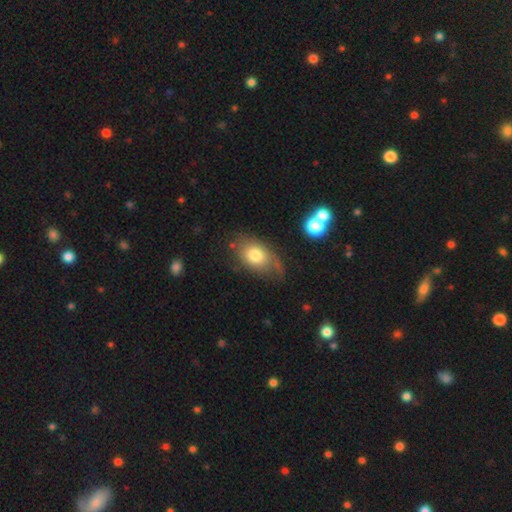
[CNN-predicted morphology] The model was most divided on "merging": none: 59%, minor disturbance: 27%, major disturbance: 10%, merger: 3%. More confident: how rounded — in between (81%); smooth or featured — smooth (69%).